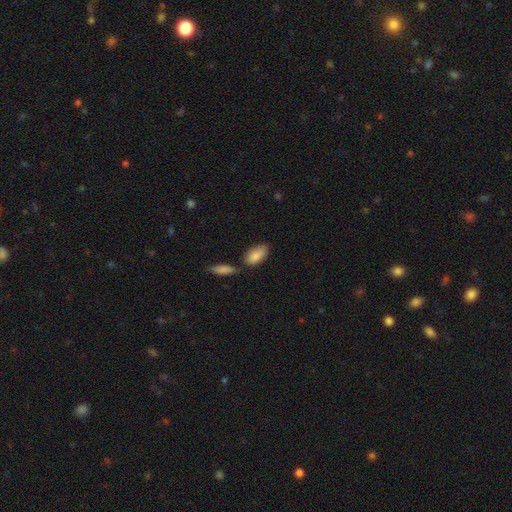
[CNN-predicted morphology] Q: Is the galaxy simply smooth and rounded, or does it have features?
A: smooth — 86%.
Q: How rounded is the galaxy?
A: in between — 91%.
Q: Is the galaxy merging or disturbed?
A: none — 61%.